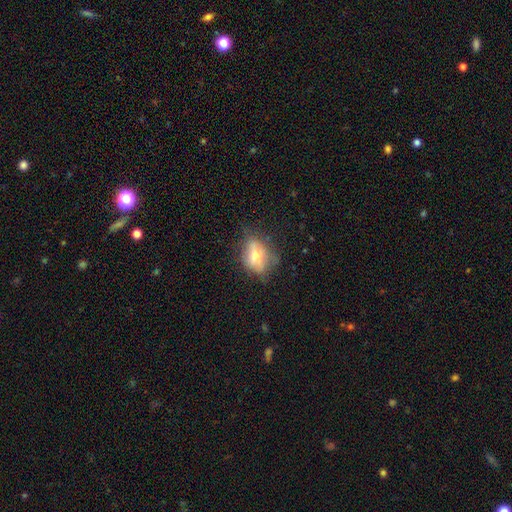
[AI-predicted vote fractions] The model was most divided on "smooth or featured": smooth: 52%, featured or disk: 38%, star or artifact: 10%. More confident: how rounded — in between (68%); merging — none (55%).